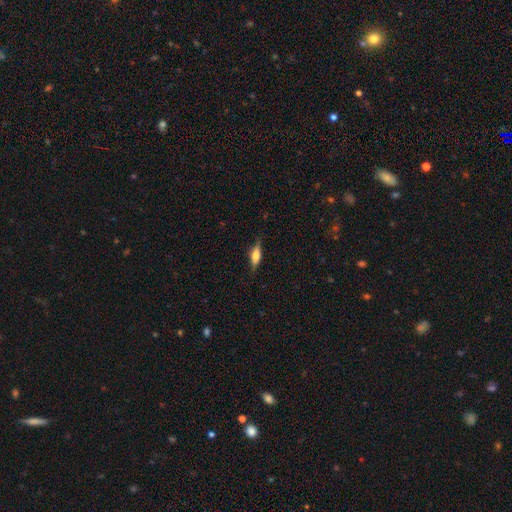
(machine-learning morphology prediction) Smooth or featured? Predicted: smooth (p=0.47). Merging? Predicted: none (p=0.83).